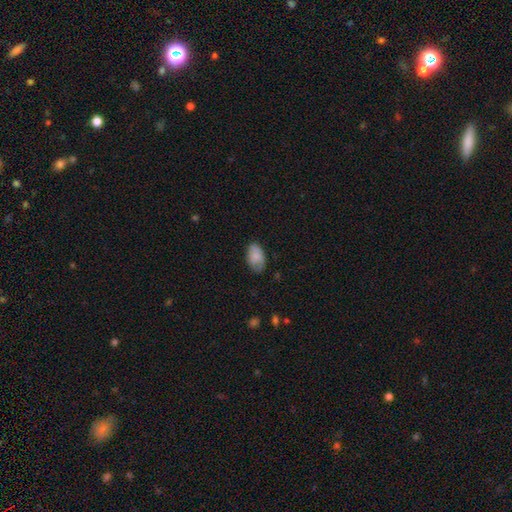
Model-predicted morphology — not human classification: Smooth or featured: smooth — 78% (featured or disk — 15%)
How rounded: in between — 91% (round — 7%)
Merging: none — 69% (minor disturbance — 24%)